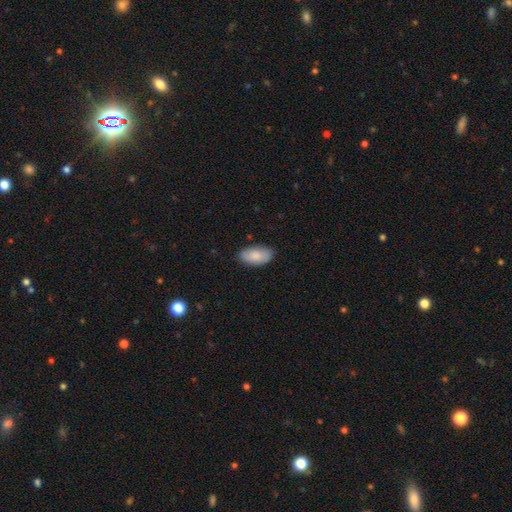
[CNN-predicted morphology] A smooth galaxy with no disk features (87%) that is in between round and cigar-shaped (94%).

Vote fractions:
- Smooth or featured? smooth: 87% / featured or disk: 7% / star or artifact: 6%
- How rounded? in between: 94% / cigar-shaped: 3% / round: 3%
- Merging? none: 84% / minor disturbance: 13% / major disturbance: 2% / merger: 1%